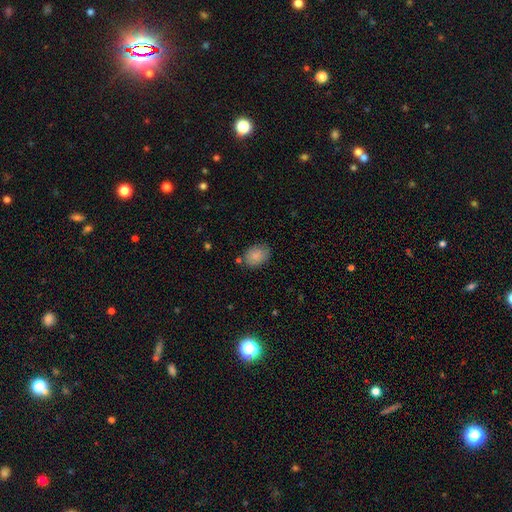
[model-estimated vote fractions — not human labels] Morphology: type=smooth (86%); roundness=in between (71%); merging=none (78%).